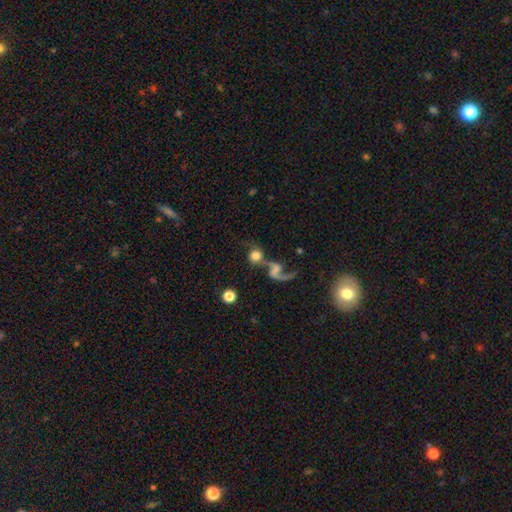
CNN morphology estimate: smooth-or-featured: smooth: 58% | featured or disk: 30% | star or artifact: 12%
  how-rounded: round: 84% | in between: 14% | cigar-shaped: 2%
  merging: merger: 54% | none: 26% | major disturbance: 12% | minor disturbance: 7%